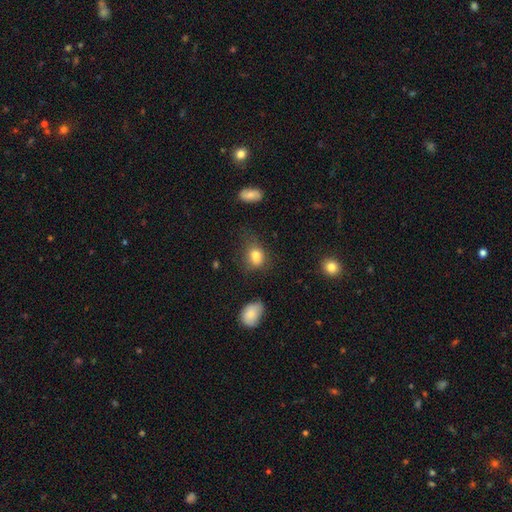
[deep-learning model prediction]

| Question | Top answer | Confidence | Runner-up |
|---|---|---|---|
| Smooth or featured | smooth | 76% | star or artifact (12%) |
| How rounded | in between | 61% | round (38%) |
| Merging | none | 44% | minor disturbance (26%) |